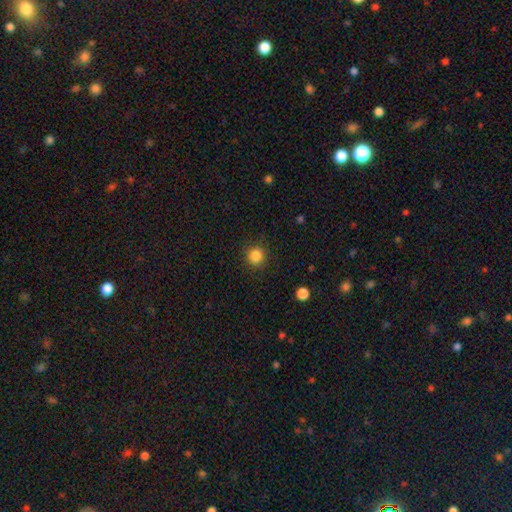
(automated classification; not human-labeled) smooth-or-featured: smooth: 85% | star or artifact: 11% | featured or disk: 4%
  how-rounded: round: 92% | in between: 7% | cigar-shaped: 1%
  merging: none: 89% | minor disturbance: 7% | major disturbance: 3% | merger: 1%